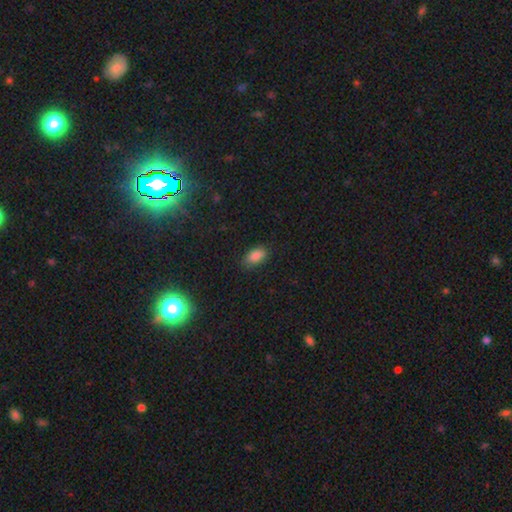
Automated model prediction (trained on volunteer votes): The model was most divided on "merging": none: 83%, minor disturbance: 13%, major disturbance: 3%, merger: 1%. More confident: how rounded — in between (91%); smooth or featured — smooth (86%).